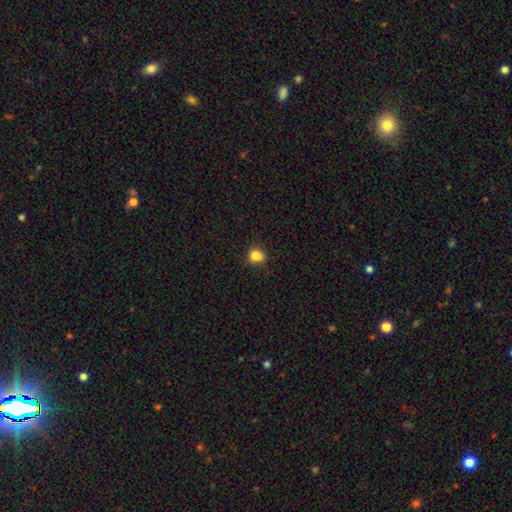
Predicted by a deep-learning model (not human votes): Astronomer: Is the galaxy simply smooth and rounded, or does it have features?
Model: smooth — 85%.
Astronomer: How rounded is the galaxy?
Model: round — 70%.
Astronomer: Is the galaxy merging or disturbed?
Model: none — 82%.